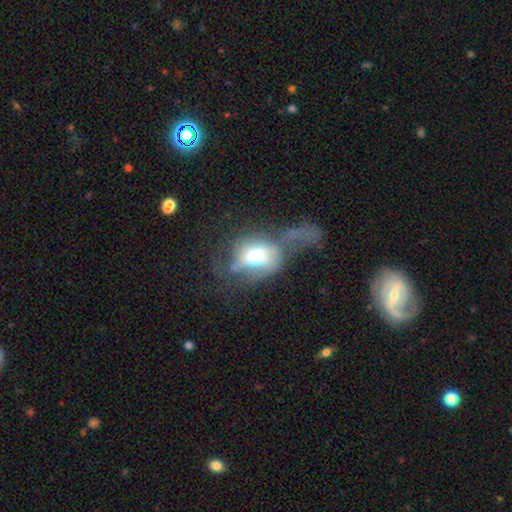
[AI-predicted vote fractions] Q: Smooth or featured?
A: smooth (49%); runner-up: featured or disk (40%)
Q: Merging?
A: major disturbance (58%); runner-up: none (17%)